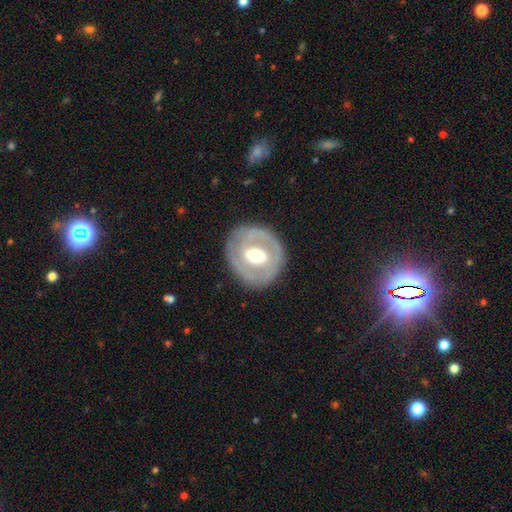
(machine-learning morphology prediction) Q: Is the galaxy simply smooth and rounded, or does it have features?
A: featured or disk — 70%.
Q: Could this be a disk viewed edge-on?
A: no — 95%.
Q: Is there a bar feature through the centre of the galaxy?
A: weak — 42%.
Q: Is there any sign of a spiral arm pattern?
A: yes — 54%.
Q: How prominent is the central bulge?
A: moderate — 69%.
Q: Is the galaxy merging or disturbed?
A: none — 81%.